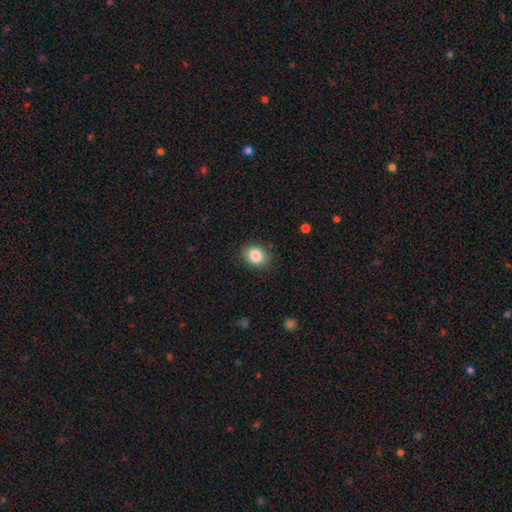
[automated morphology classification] A smooth galaxy with no disk features (86%) that is round (50%). Merging: none (85%).